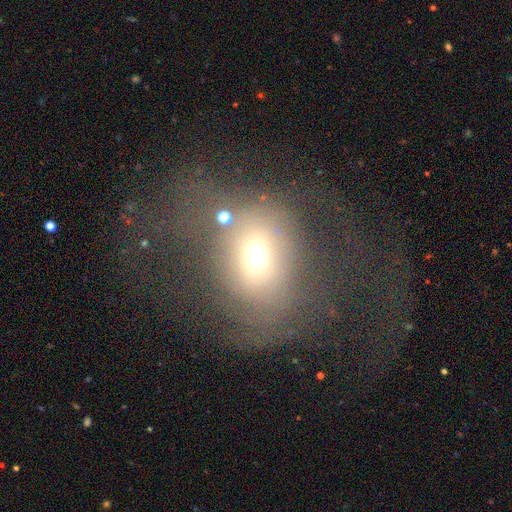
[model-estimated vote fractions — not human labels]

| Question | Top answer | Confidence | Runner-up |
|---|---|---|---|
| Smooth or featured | smooth | 57% | featured or disk (27%) |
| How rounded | round | 62% | in between (37%) |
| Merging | major disturbance | 44% | none (33%) |